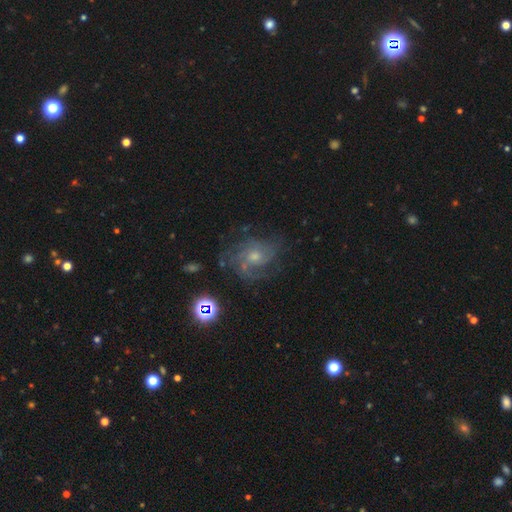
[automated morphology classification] The model was most divided on "spiral winding": medium: 44%, tight: 41%, loose: 15%. Remaining: edge-on disk — no (97%); spiral arms — yes (91%); smooth or featured — featured or disk (74%); bar — no (73%); merging — none (64%); bulge size — moderate (51%); spiral arm count — can't tell (34%).